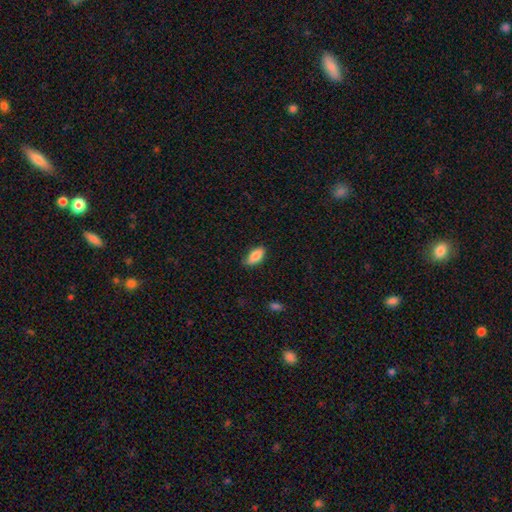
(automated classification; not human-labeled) A smooth galaxy with no disk features (84%) that is in between round and cigar-shaped (87%).

Vote fractions:
- Smooth or featured? smooth: 84% / featured or disk: 9% / star or artifact: 7%
- How rounded? in between: 87% / cigar-shaped: 10% / round: 3%
- Merging? none: 78% / minor disturbance: 18% / major disturbance: 3% / merger: 1%